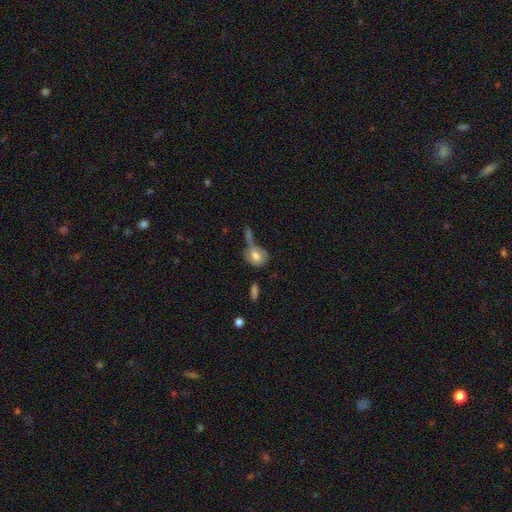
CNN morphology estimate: smooth 71%, featured or disk 21%, star or artifact 8%. Down the decision tree: how rounded — in between (60%); merging — merger (35%).